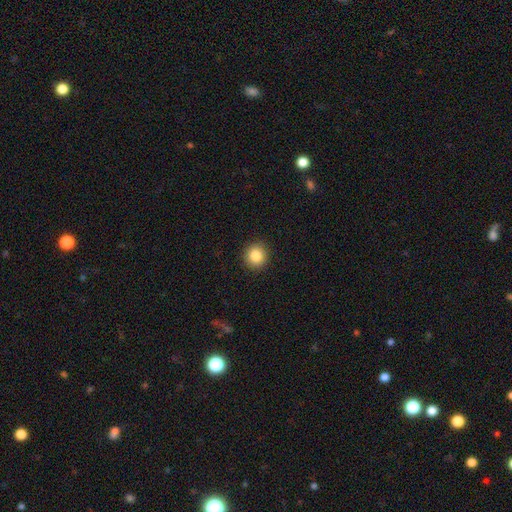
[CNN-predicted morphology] smooth_or_featured: smooth (p=0.85) [alt: star or artifact p=0.10]
how_rounded: round (p=0.91) [alt: in between p=0.08]
merging: none (p=0.92) [alt: minor disturbance p=0.06]